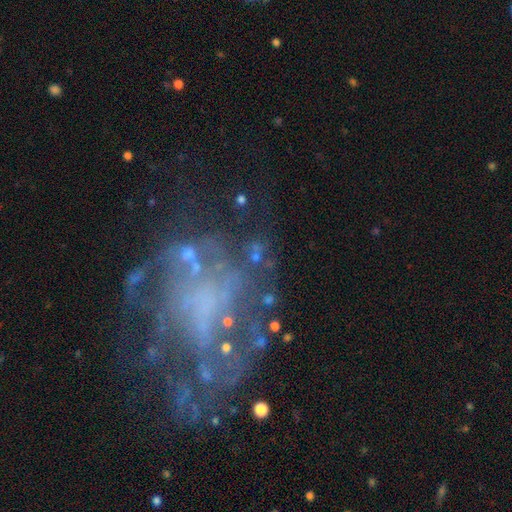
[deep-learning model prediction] featured or disk 54%, star or artifact 24%, smooth 22%. Down the decision tree: edge-on disk — no (96%); bar — no (80%); spiral arms — no (61%); bulge size — none (65%); merging — none (47%).